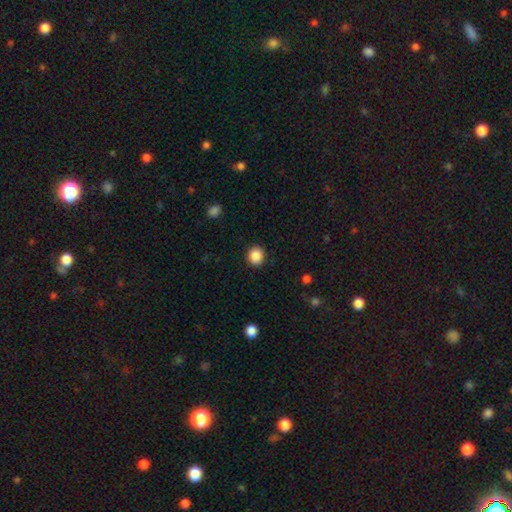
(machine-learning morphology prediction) Q: Smooth or featured?
A: smooth (88%); runner-up: star or artifact (9%)
Q: How rounded?
A: round (84%); runner-up: in between (15%)
Q: Merging?
A: none (91%); runner-up: minor disturbance (6%)